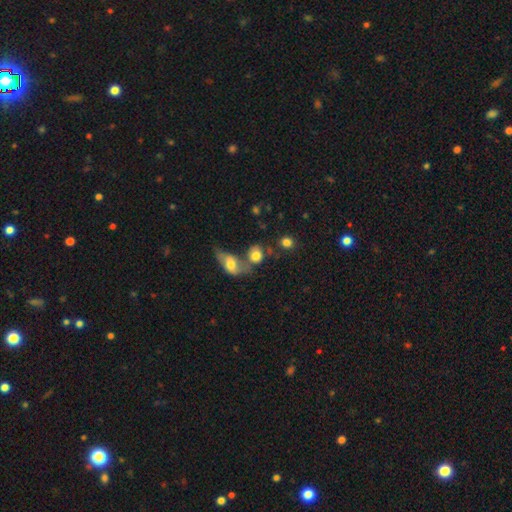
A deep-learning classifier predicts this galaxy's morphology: Overall: smooth (76%). How rounded: round (59%; in between 39%). Merging: merger (53%; none 29%).